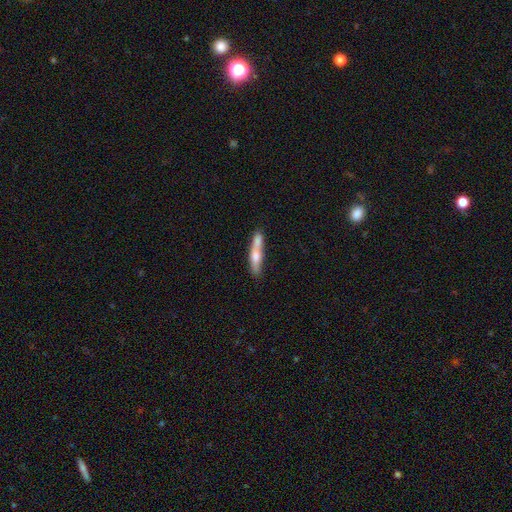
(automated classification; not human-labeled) This is possibly a smooth galaxy (57%). How rounded: clearly cigar-shaped (85%). Merging: possibly none (54%).